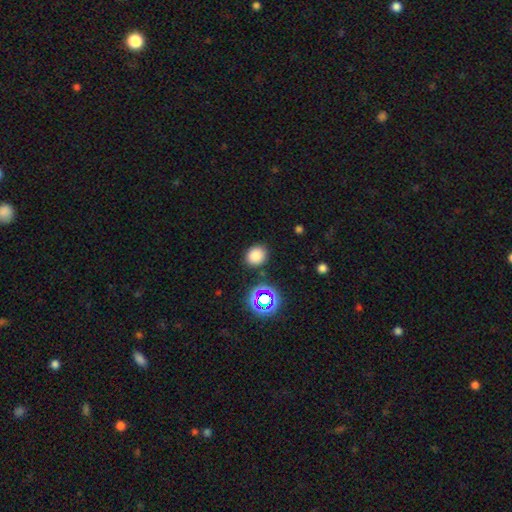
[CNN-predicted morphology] Q: Smooth or featured?
A: smooth (79%); runner-up: star or artifact (16%)
Q: How rounded?
A: round (73%); runner-up: in between (26%)
Q: Merging?
A: none (85%); runner-up: minor disturbance (9%)